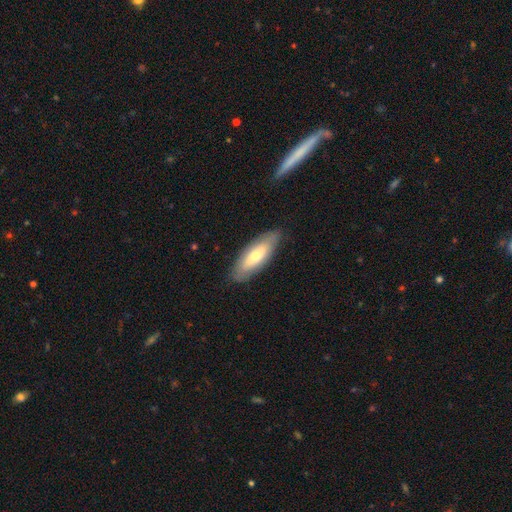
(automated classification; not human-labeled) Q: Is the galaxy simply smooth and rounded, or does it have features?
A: smooth — 61%.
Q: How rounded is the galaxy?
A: in between — 66%.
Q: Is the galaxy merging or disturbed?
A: none — 85%.